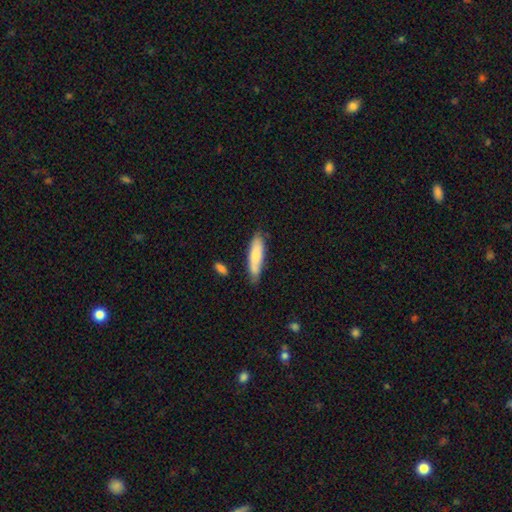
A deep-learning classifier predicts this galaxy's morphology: A smooth galaxy with no disk features (76%) that is cigar-shaped (64%). Merging: none (74%).